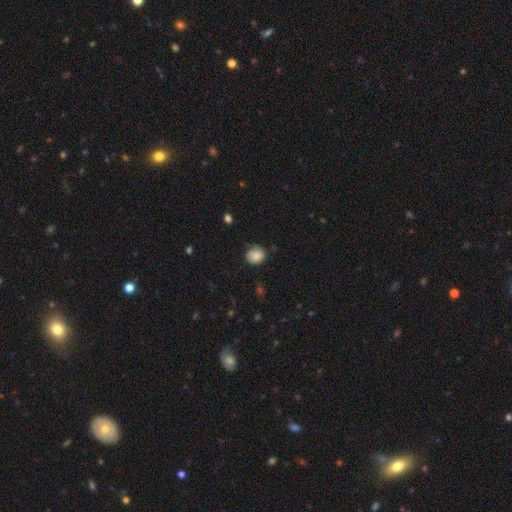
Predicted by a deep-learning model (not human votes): Smooth or featured? Predicted: smooth (p=0.85). How rounded? Predicted: round (p=0.80). Merging? Predicted: none (p=0.75).